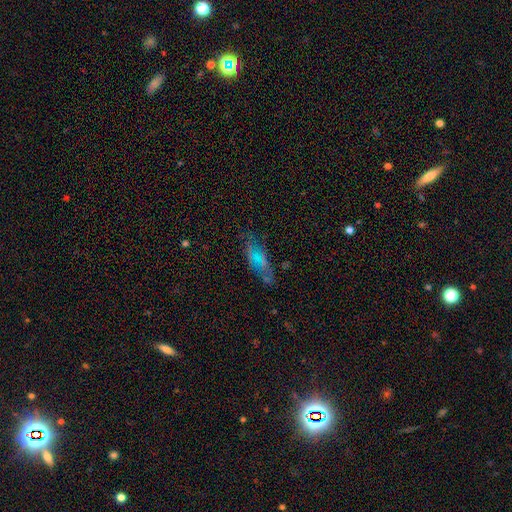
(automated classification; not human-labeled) Smooth or featured? smooth (42%)
Merging? none (54%)